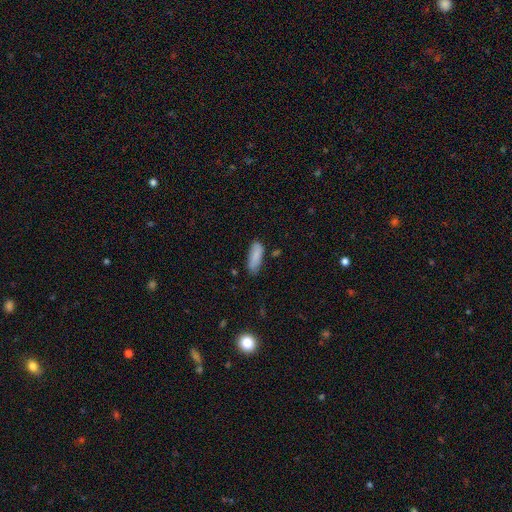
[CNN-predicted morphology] Smooth or featured: smooth — 86% (featured or disk — 7%)
How rounded: in between — 66% (cigar-shaped — 32%)
Merging: none — 68% (minor disturbance — 24%)